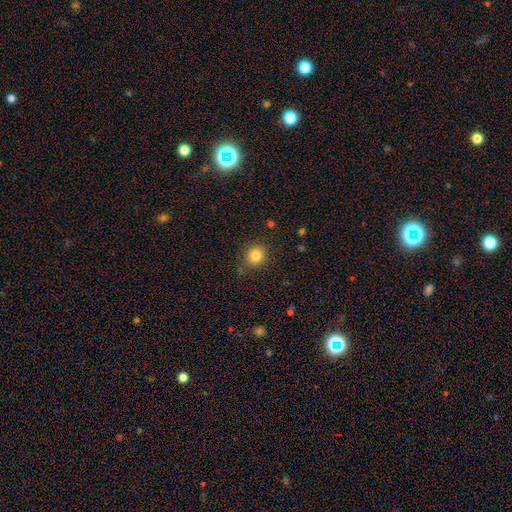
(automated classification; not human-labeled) Overall: smooth (82%). How rounded: round (86%). Merging: none (80%).